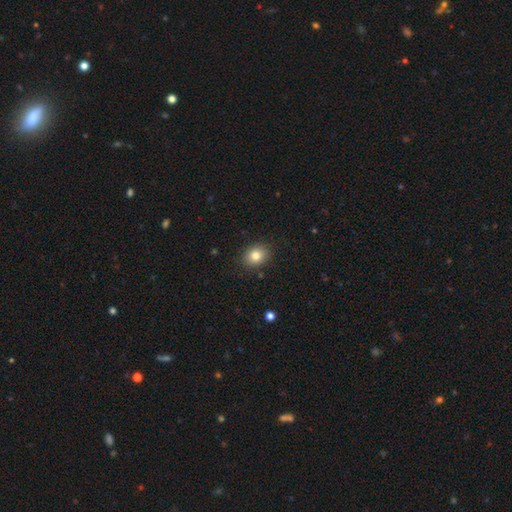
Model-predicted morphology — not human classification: Smooth or featured?
  - smooth: 81% *
  - star or artifact: 10%
  - featured or disk: 9%
How rounded?
  - round: 51% *
  - in between: 48%
  - cigar-shaped: 1%
Merging?
  - none: 88% *
  - minor disturbance: 8%
  - major disturbance: 2%
  - merger: 1%